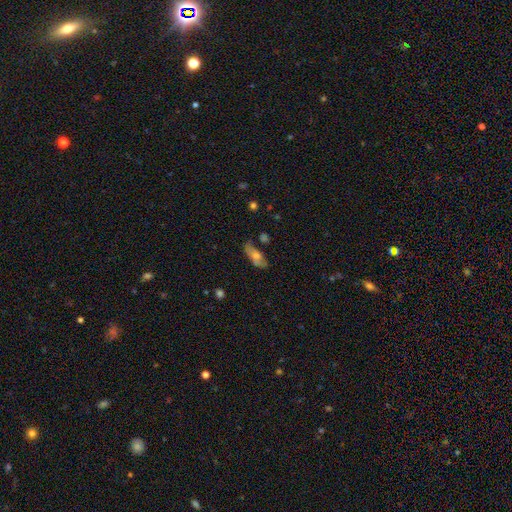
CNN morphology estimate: type=smooth (53%); roundness=in between (70%); merging=none (61%).